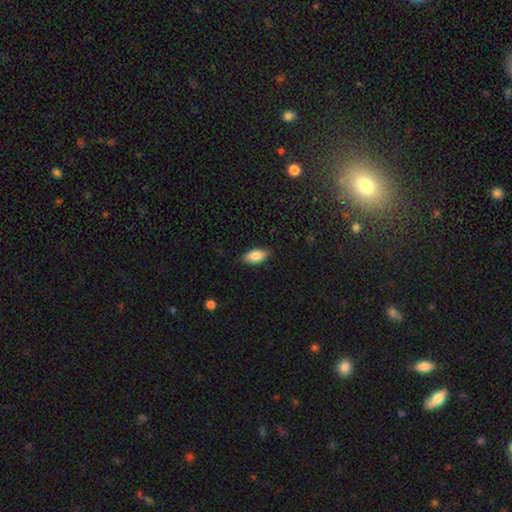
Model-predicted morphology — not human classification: Smooth or featured: smooth — 83% (featured or disk — 11%)
How rounded: in between — 88% (cigar-shaped — 10%)
Merging: none — 86% (minor disturbance — 11%)